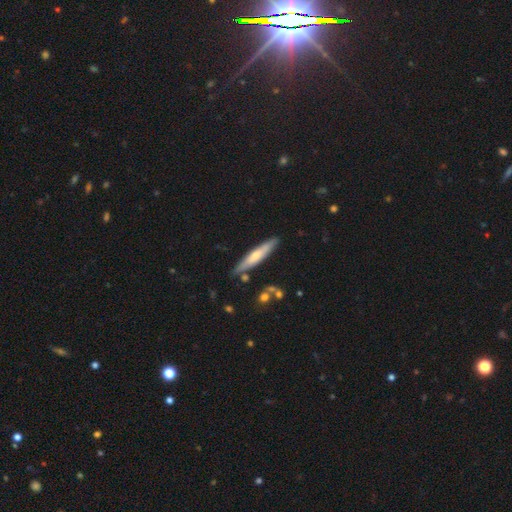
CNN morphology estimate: smooth-or-featured: smooth: 53% | featured or disk: 42% | star or artifact: 6%
  how-rounded: cigar-shaped: 89% | in between: 10% | round: 1%
  merging: none: 82% | minor disturbance: 12% | merger: 3% | major disturbance: 2%